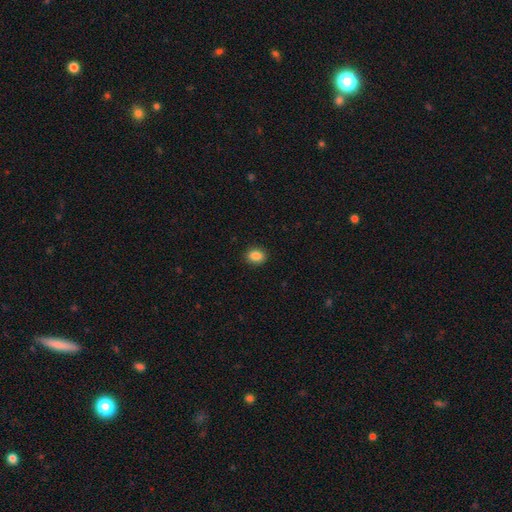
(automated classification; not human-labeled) The model was most divided on "how rounded": in between: 61%, round: 38%, cigar-shaped: 1%. More confident: merging — none (90%); smooth or featured — smooth (87%).